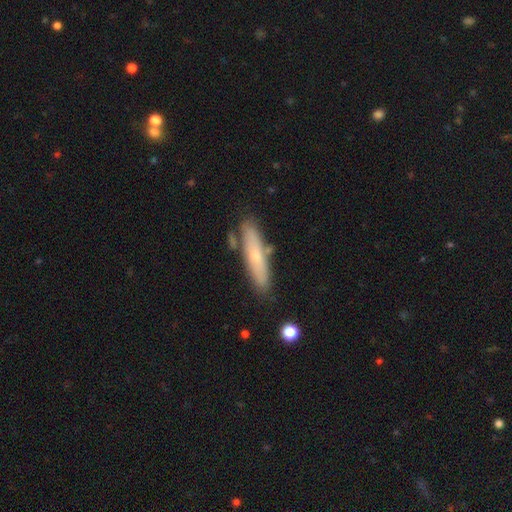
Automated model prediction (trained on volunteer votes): The model was most divided on "smooth or featured": smooth: 50%, featured or disk: 44%, star or artifact: 7%. More confident: merging — none (76%).